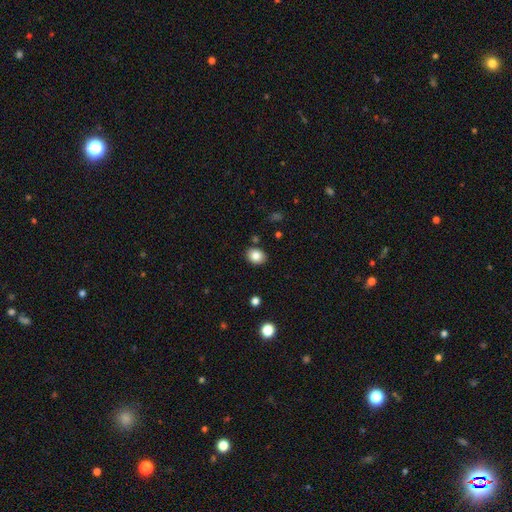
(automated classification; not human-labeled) Smooth or featured? smooth (84%)
How rounded? in between (55%)
Merging? none (86%)